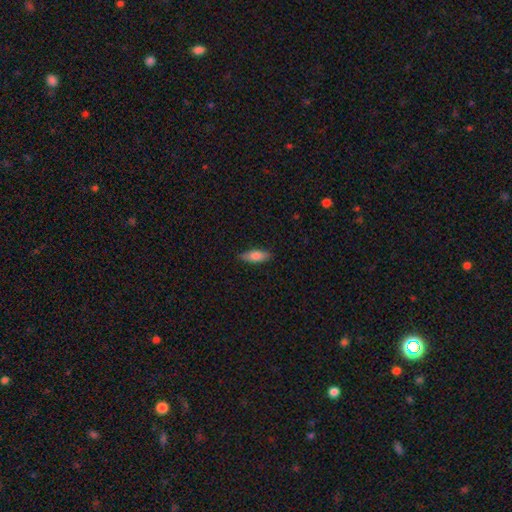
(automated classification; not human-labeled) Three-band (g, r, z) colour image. It shows a smooth galaxy with no disk features (83%) that is in between round and cigar-shaped (73%). Merging: none (84%).